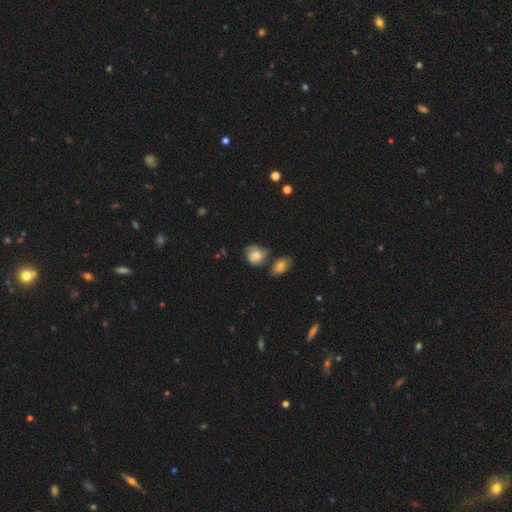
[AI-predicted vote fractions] This appears to be a smooth galaxy with no disk features (47%). Merging: none (53%).